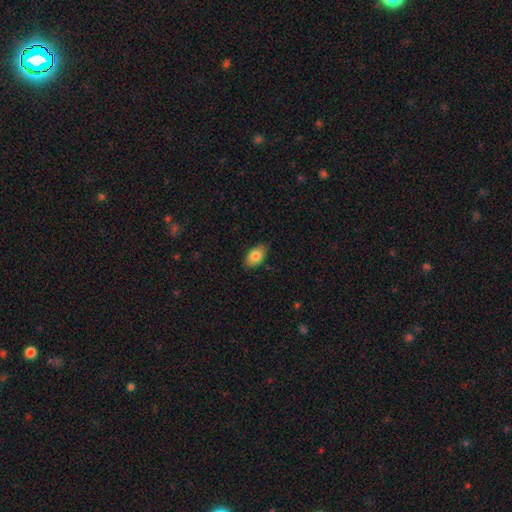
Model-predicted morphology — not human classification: type=smooth (83%); roundness=in between (90%); merging=none (81%).